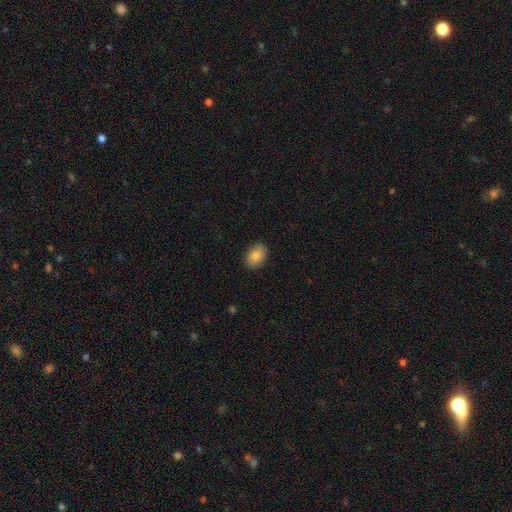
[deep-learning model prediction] This is clearly a smooth galaxy (86%). How rounded: clearly in between (82%). Merging: clearly none (86%).